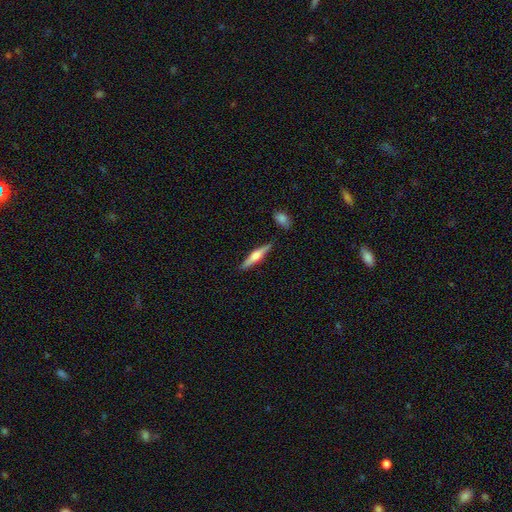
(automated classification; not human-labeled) featured or disk 53%, smooth 42%, star or artifact 5%. Down the decision tree: edge-on disk — yes (96%); edge-on bulge — rounded (88%); merging — none (86%).